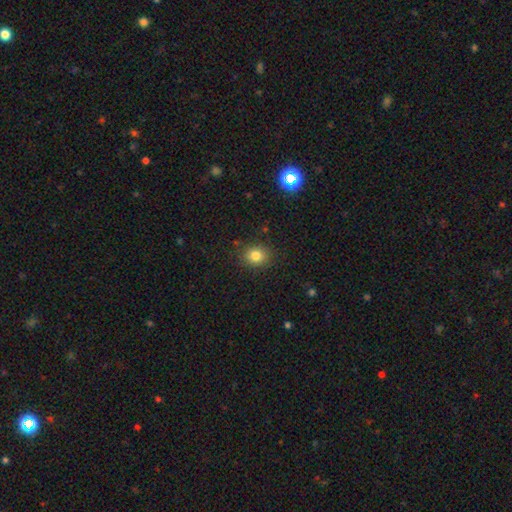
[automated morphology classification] A smooth galaxy with no disk features (82%) that is round (68%).

Vote fractions:
- Smooth or featured? smooth: 82% / star or artifact: 12% / featured or disk: 7%
- How rounded? round: 68% / in between: 31% / cigar-shaped: 1%
- Merging? none: 85% / minor disturbance: 10% / major disturbance: 3% / merger: 2%